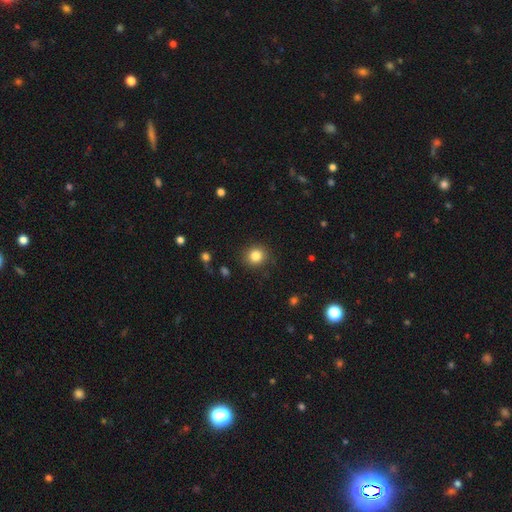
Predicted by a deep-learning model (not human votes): smooth_or_featured: smooth (p=0.83) [alt: star or artifact p=0.11]
how_rounded: round (p=0.89) [alt: in between p=0.10]
merging: none (p=0.88) [alt: minor disturbance p=0.08]